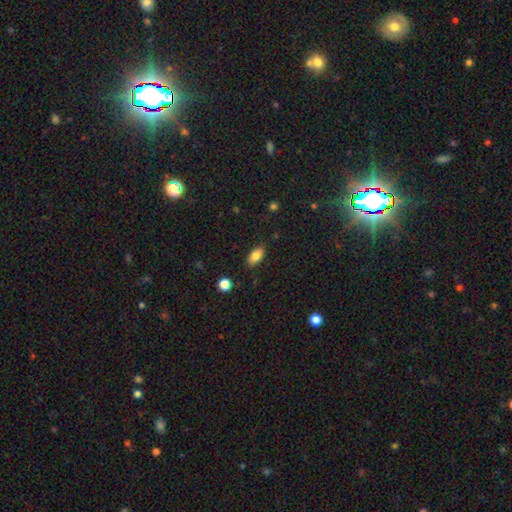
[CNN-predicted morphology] Smooth or featured? Predicted: smooth (p=0.83). How rounded? Predicted: in between (p=0.90). Merging? Predicted: none (p=0.85).